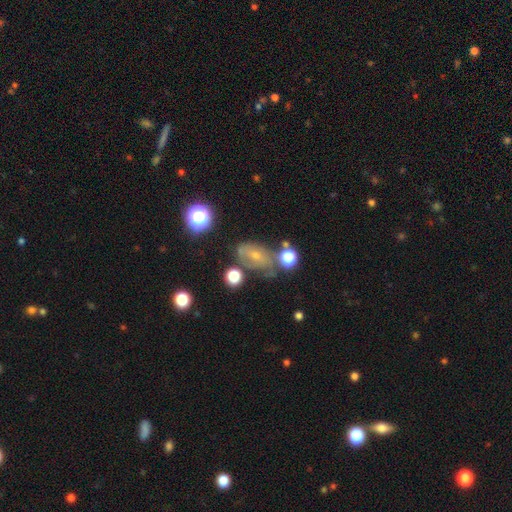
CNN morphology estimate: type=featured or disk (44%); merging=none (49%).